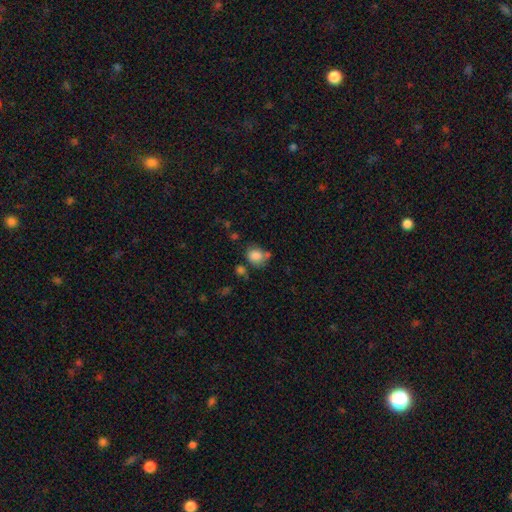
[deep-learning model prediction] Overall: smooth (82%). How rounded: round (53%; in between 46%). Merging: none (53%; minor disturbance 23%).